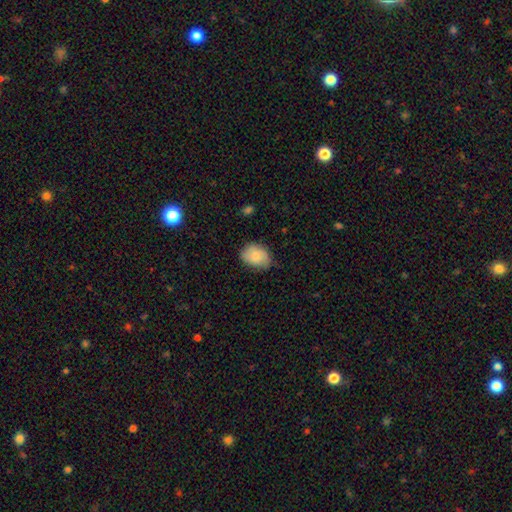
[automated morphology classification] Overall: smooth (80%). How rounded: in between (67%; round 32%). Merging: none (69%).